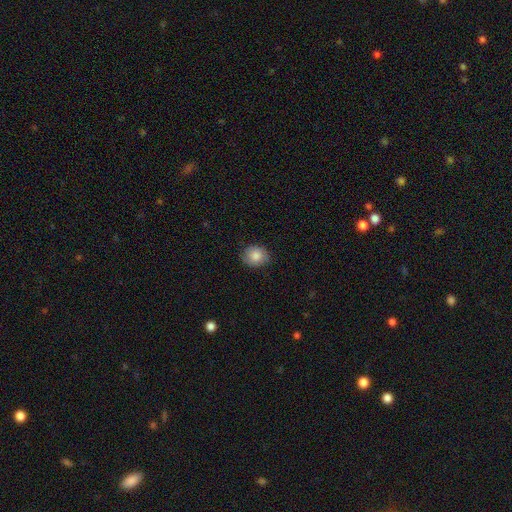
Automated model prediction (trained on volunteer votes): This is clearly a smooth galaxy (84%). How rounded: likely round (74%). Merging: clearly none (82%).